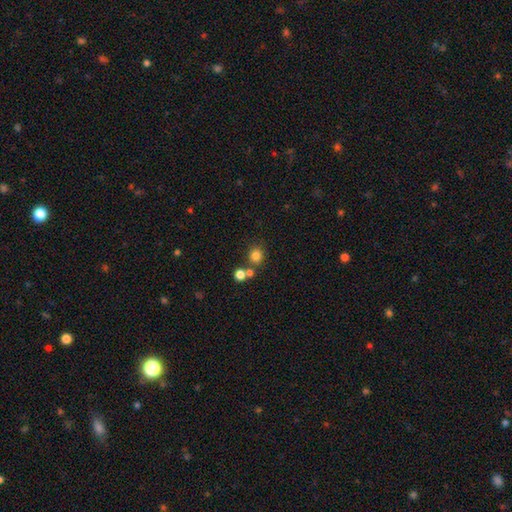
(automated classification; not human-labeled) Smooth or featured?
  - smooth: 80% *
  - star or artifact: 14%
  - featured or disk: 6%
How rounded?
  - round: 84% *
  - in between: 15%
  - cigar-shaped: 1%
Merging?
  - none: 70% *
  - merger: 19%
  - minor disturbance: 8%
  - major disturbance: 3%